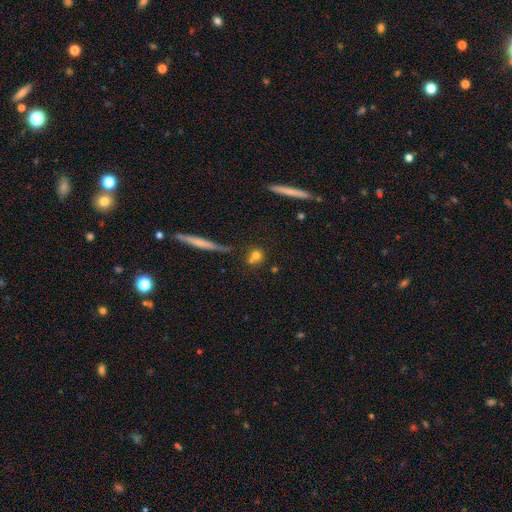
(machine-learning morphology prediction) smooth_or_featured: smooth (p=0.71) [alt: featured or disk p=0.16]
how_rounded: round (p=0.81) [alt: in between p=0.12]
merging: none (p=0.63) [alt: merger p=0.23]